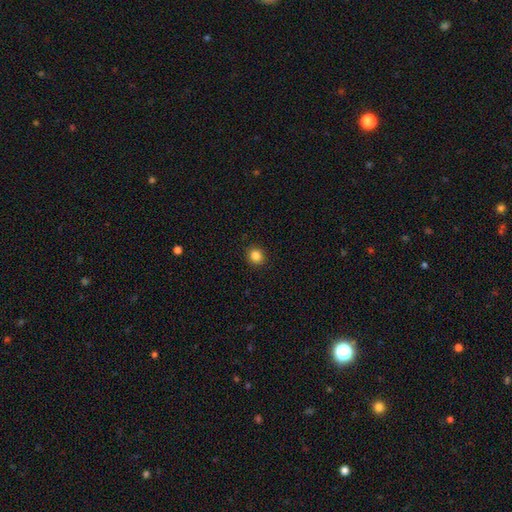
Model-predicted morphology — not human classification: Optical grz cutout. It shows a smooth galaxy with no disk features (85%) that is round (84%). Merging: none (92%).